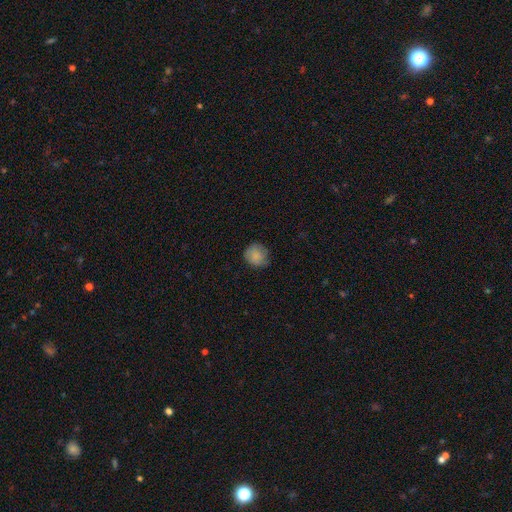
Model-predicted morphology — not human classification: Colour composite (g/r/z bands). It shows a smooth galaxy with no disk features (86%) that is round (87%). Merging: none (78%).